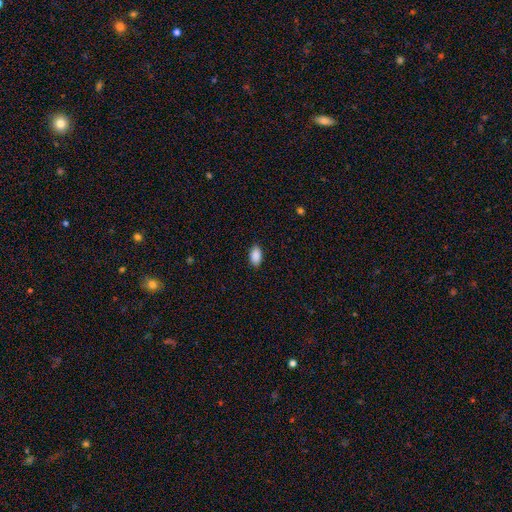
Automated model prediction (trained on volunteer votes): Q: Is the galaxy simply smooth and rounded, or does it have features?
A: smooth — 90%.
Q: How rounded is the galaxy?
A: in between — 94%.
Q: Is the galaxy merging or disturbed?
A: none — 88%.